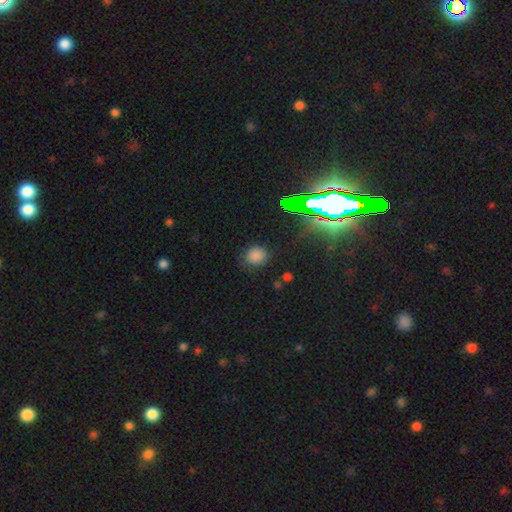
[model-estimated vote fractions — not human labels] smooth-or-featured: smooth: 75% | star or artifact: 19% | featured or disk: 6%
  how-rounded: round: 78% | in between: 21% | cigar-shaped: 1%
  merging: none: 81% | minor disturbance: 13% | major disturbance: 4% | merger: 2%